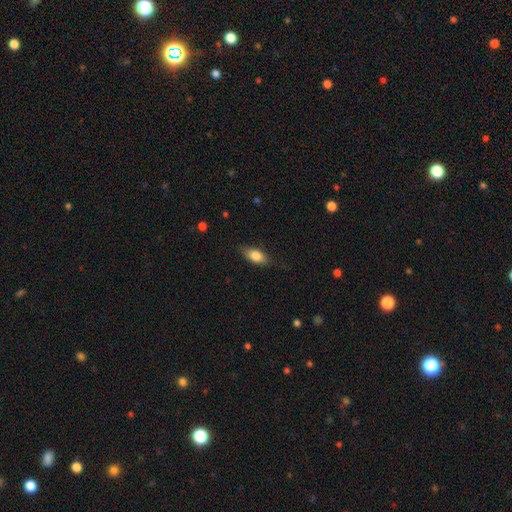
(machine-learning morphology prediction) Overall: smooth (80%). How rounded: in between (85%). Merging: none (78%).